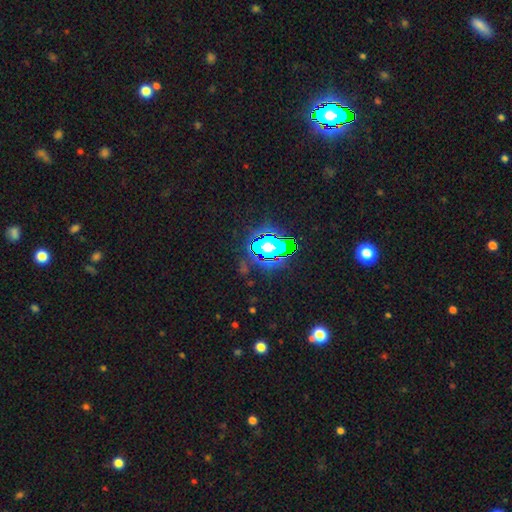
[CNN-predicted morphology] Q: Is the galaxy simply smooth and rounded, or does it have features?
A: star or artifact — 83%.